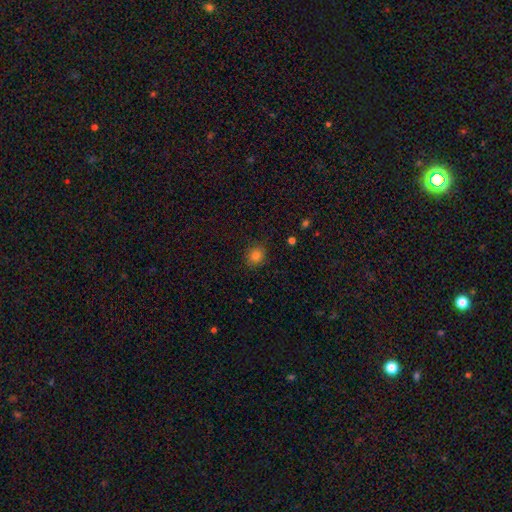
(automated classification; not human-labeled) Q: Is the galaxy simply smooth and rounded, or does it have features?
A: smooth — 82%.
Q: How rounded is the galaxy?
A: round — 82%.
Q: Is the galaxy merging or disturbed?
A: none — 85%.